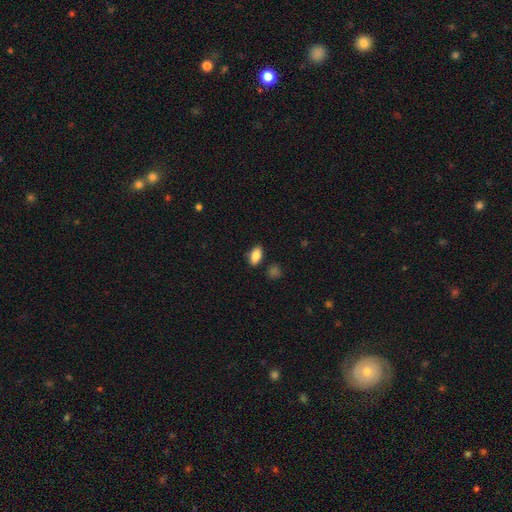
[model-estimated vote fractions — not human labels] This appears to be a smooth galaxy with no disk features (87%) that is in between round and cigar-shaped (91%). Merging: none (84%).